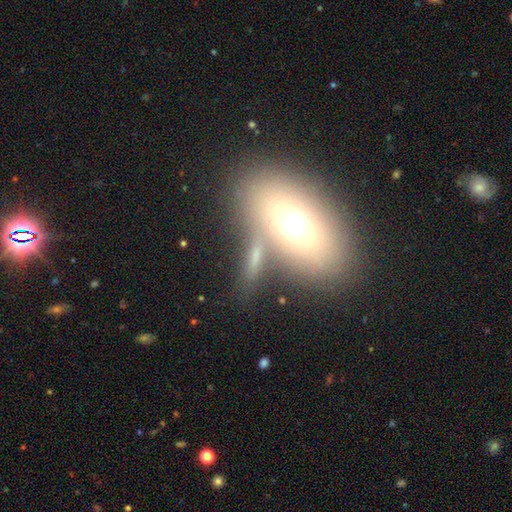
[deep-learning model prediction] Overall: smooth (53%; featured or disk 28%). How rounded: in between (69%). Merging: none (59%; merger 21%).